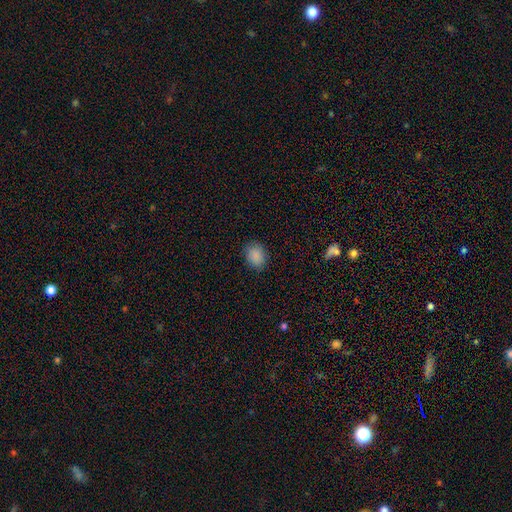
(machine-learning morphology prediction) A smooth galaxy with no disk features (88%) that is in between round and cigar-shaped (58%). Merging: none (84%).